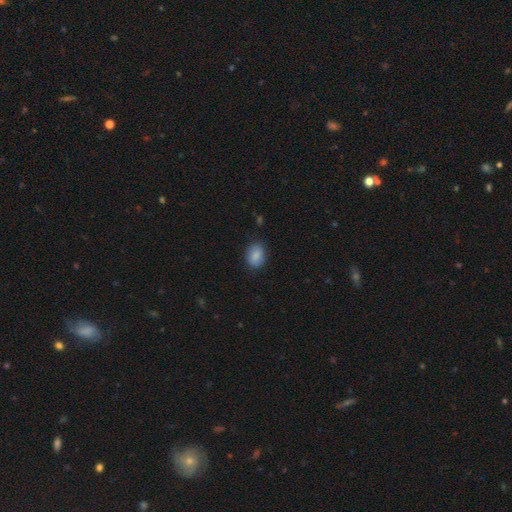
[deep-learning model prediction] The model was most divided on "how rounded": in between: 71%, round: 27%, cigar-shaped: 1%. More confident: smooth or featured — smooth (83%); merging — none (81%).